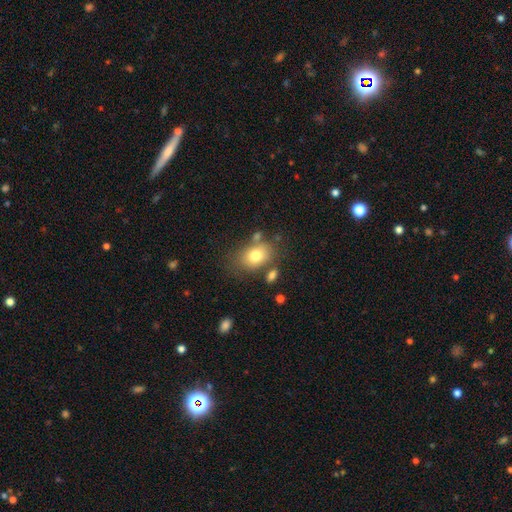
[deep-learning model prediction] This is likely a smooth galaxy (76%). How rounded: likely in between (73%). Merging: likely none (63%).